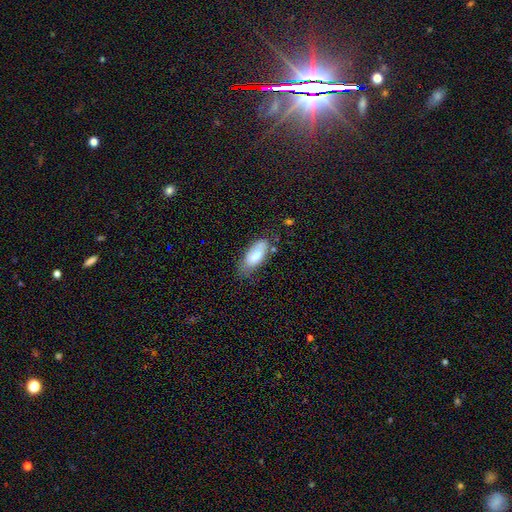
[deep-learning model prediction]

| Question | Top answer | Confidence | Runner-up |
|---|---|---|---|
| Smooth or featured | smooth | 74% | featured or disk (19%) |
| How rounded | in between | 84% | cigar-shaped (14%) |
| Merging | none | 59% | minor disturbance (29%) |